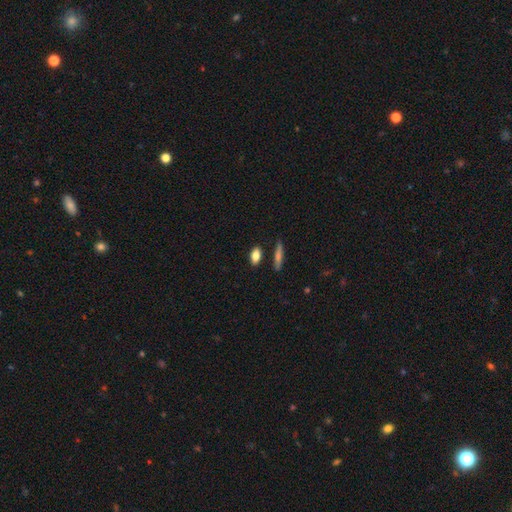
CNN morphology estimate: Smooth or featured: smooth — 83% (featured or disk — 10%)
How rounded: in between — 79% (cigar-shaped — 15%)
Merging: none — 83% (minor disturbance — 11%)